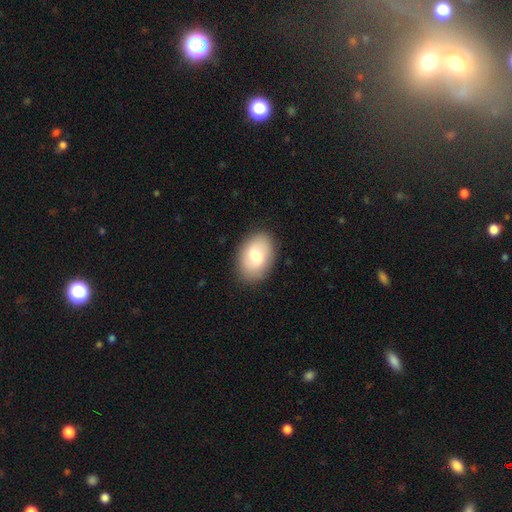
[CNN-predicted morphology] This appears to be a smooth galaxy with no disk features (72%) that is in between round and cigar-shaped (85%). Merging: none (87%).